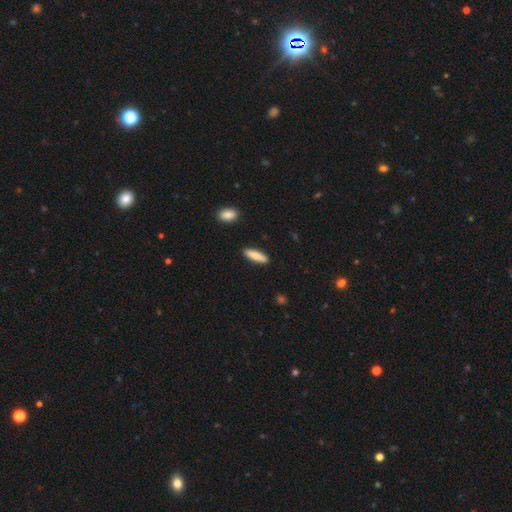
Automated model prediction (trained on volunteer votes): Smooth or featured? smooth (82%)
How rounded? cigar-shaped (67%)
Merging? none (89%)